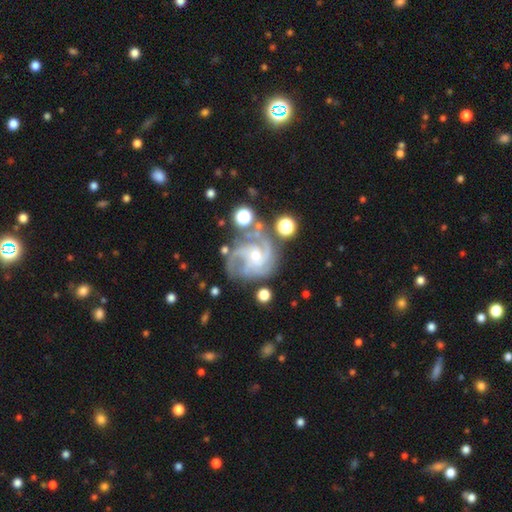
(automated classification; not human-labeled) A featured or disk galaxy (89%) with no bar (66%), 3 (44%) tight (46%) spiral arms (98%) and a small central bulge (58%).

Vote fractions:
- Smooth or featured? featured or disk: 89% / star or artifact: 7% / smooth: 5%
- Edge-on disk? no: 98% / yes: 2%
- Bar? no: 66% / weak: 28% / strong: 7%
- Spiral arms? yes: 98% / no: 2%
- Spiral winding? tight: 46% / medium: 45% / loose: 9%
- Spiral arm count? 3: 44% / 4: 19% / 2: 13% / can't tell: 12% / more than 4: 6% / 1: 5%
- Bulge size? small: 58% / moderate: 39% / large: 1% / none: 1% / dominant: 1%
- Merging? none: 62% / minor disturbance: 20% / major disturbance: 12% / merger: 6%